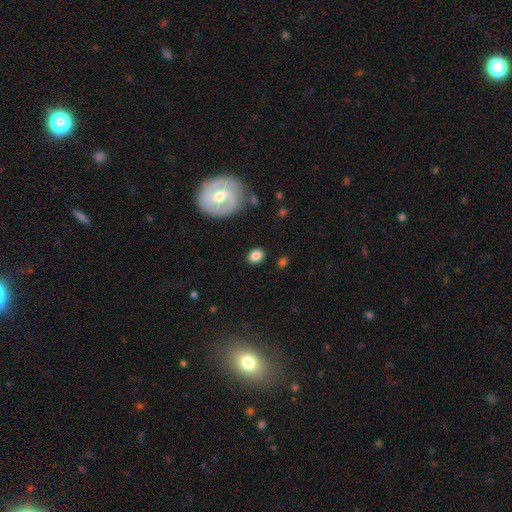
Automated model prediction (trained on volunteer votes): Smooth or featured?
  - smooth: 81% *
  - featured or disk: 11%
  - star or artifact: 8%
How rounded?
  - round: 51% *
  - in between: 48%
  - cigar-shaped: 2%
Merging?
  - none: 84% *
  - minor disturbance: 10%
  - major disturbance: 3%
  - merger: 2%